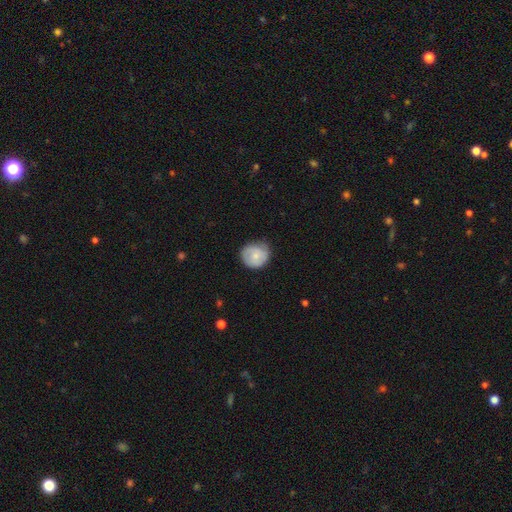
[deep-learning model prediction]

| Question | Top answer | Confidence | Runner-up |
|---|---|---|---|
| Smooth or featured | smooth | 72% | featured or disk (22%) |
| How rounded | round | 84% | in between (15%) |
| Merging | none | 70% | minor disturbance (24%) |